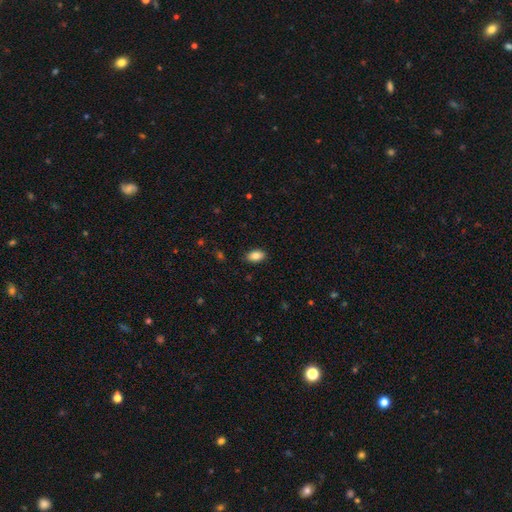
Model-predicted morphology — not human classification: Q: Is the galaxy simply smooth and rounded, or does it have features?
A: smooth — 86%.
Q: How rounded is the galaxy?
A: in between — 91%.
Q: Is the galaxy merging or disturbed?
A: none — 87%.